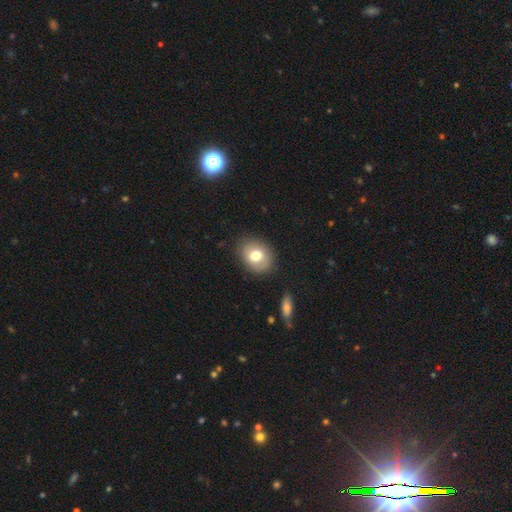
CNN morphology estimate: A smooth galaxy with no disk features (73%) that is in between round and cigar-shaped (50%).

Vote fractions:
- Smooth or featured? smooth: 73% / featured or disk: 19% / star or artifact: 8%
- How rounded? in between: 50% / round: 49% / cigar-shaped: 1%
- Merging? none: 81% / minor disturbance: 13% / major disturbance: 4% / merger: 2%